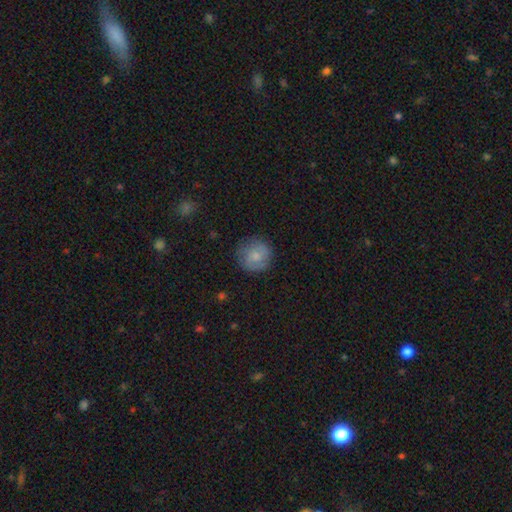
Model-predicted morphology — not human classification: Q: Smooth or featured?
A: smooth (69%); runner-up: featured or disk (24%)
Q: How rounded?
A: round (92%); runner-up: in between (7%)
Q: Merging?
A: none (80%); runner-up: minor disturbance (14%)